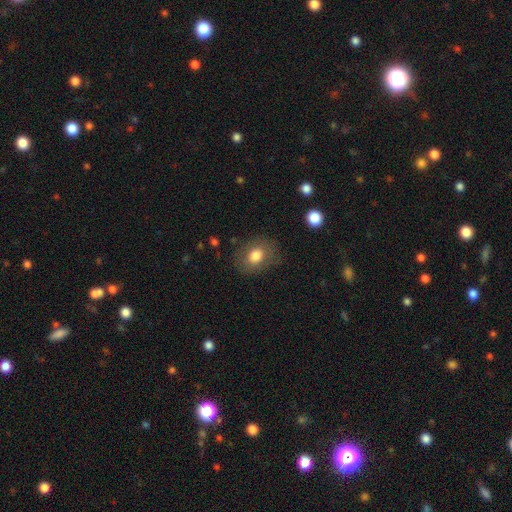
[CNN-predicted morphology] Smooth or featured?
  - smooth: 78% *
  - featured or disk: 14%
  - star or artifact: 9%
How rounded?
  - in between: 58% *
  - round: 41%
  - cigar-shaped: 1%
Merging?
  - none: 76% *
  - minor disturbance: 16%
  - major disturbance: 7%
  - merger: 1%